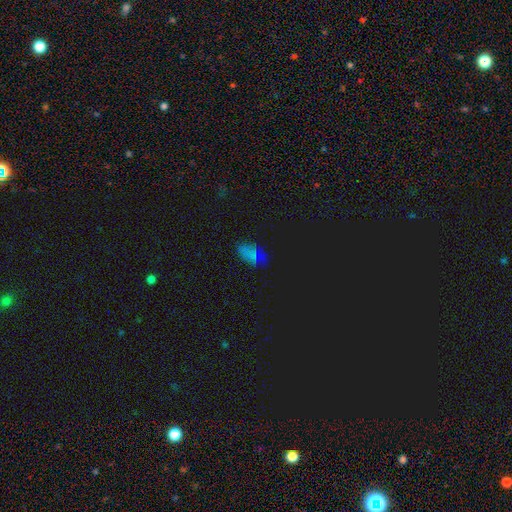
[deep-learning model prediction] smooth_or_featured: star or artifact (p=0.45) [alt: smooth p=0.43]